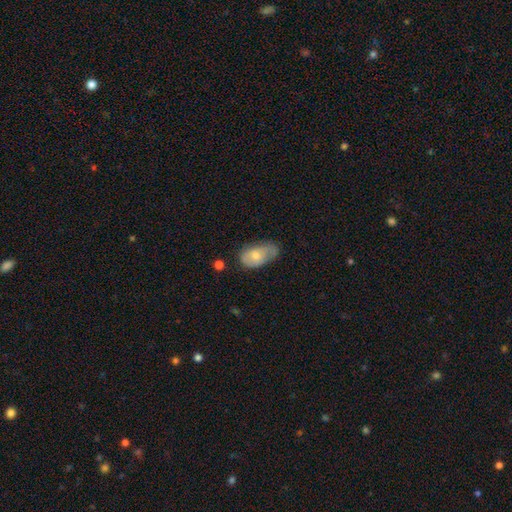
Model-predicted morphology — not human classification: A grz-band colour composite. It shows a smooth galaxy with no disk features (63%) that is in between round and cigar-shaped (92%). Merging: none (43%).